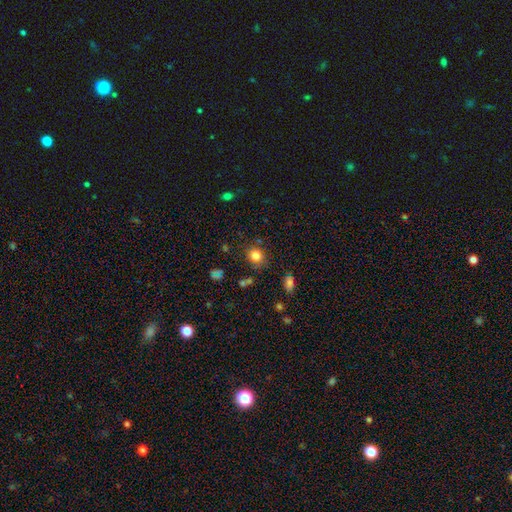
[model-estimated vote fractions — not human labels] smooth_or_featured: smooth (p=0.82) [alt: star or artifact p=0.12]
how_rounded: round (p=0.70) [alt: in between p=0.29]
merging: none (p=0.79) [alt: minor disturbance p=0.13]